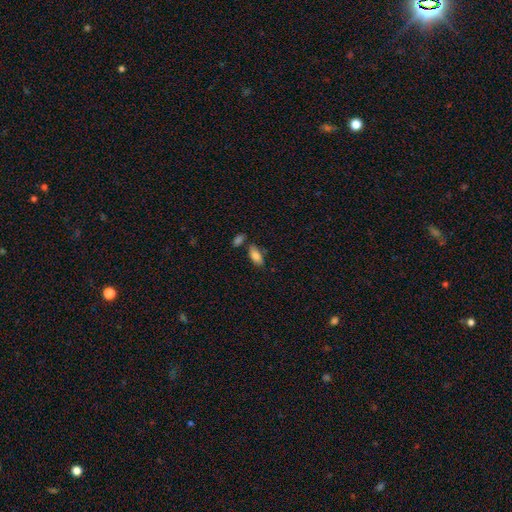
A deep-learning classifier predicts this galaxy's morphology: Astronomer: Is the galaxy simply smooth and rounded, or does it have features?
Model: smooth — 83%.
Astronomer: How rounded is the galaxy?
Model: in between — 89%.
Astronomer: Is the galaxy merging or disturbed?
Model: none — 70%.